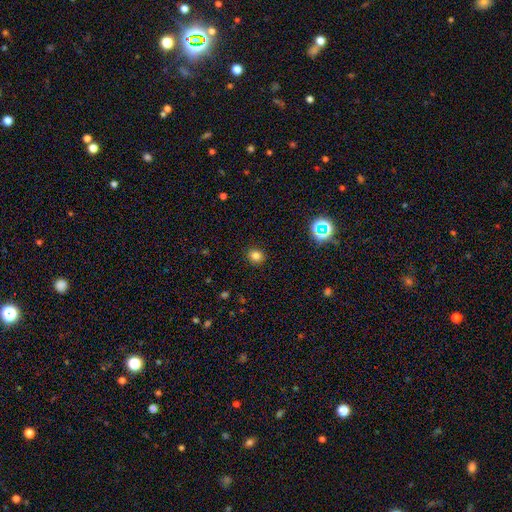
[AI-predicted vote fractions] Smooth or featured?
  - smooth: 80% *
  - star or artifact: 15%
  - featured or disk: 5%
How rounded?
  - round: 80% *
  - in between: 19%
  - cigar-shaped: 1%
Merging?
  - none: 90% *
  - minor disturbance: 7%
  - major disturbance: 2%
  - merger: 1%